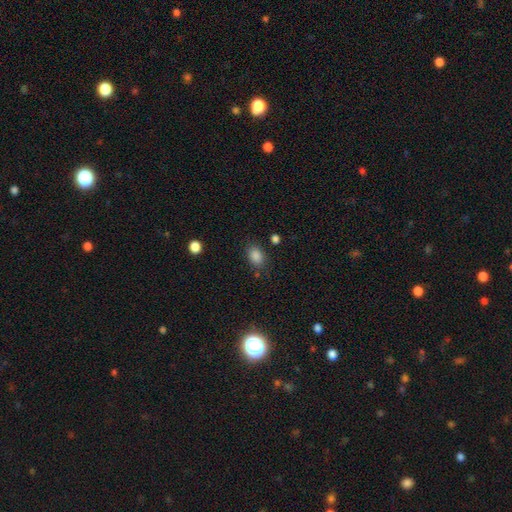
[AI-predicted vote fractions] Smooth or featured?
  - smooth: 85% *
  - star or artifact: 11%
  - featured or disk: 4%
How rounded?
  - in between: 77% *
  - round: 22%
  - cigar-shaped: 1%
Merging?
  - none: 79% *
  - minor disturbance: 14%
  - major disturbance: 4%
  - merger: 3%